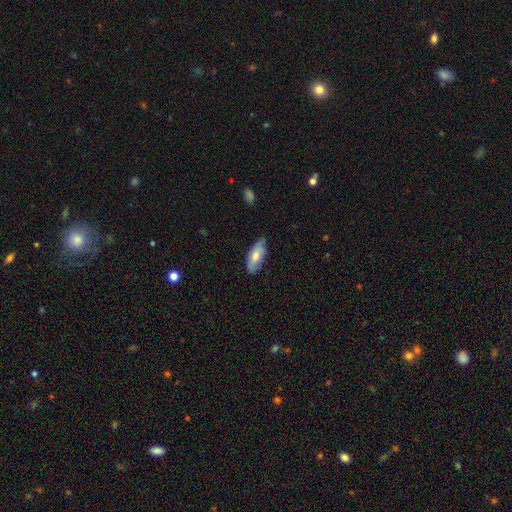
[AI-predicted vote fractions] Smooth or featured: smooth — 67% (featured or disk — 27%)
How rounded: in between — 83% (cigar-shaped — 15%)
Merging: none — 67% (minor disturbance — 28%)